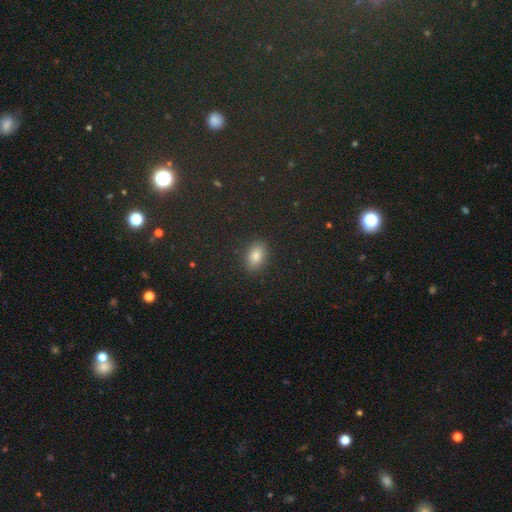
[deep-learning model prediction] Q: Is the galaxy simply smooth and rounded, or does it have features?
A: smooth — 81%.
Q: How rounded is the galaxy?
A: in between — 81%.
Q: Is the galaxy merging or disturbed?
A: none — 89%.